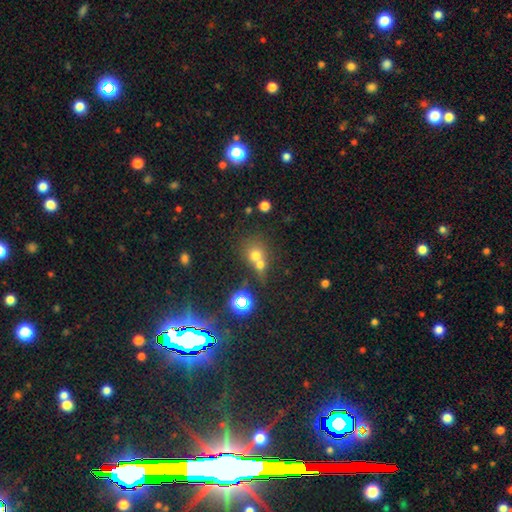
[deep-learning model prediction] Overall: smooth (65%). How rounded: round (79%). Merging: merger (55%; none 35%).